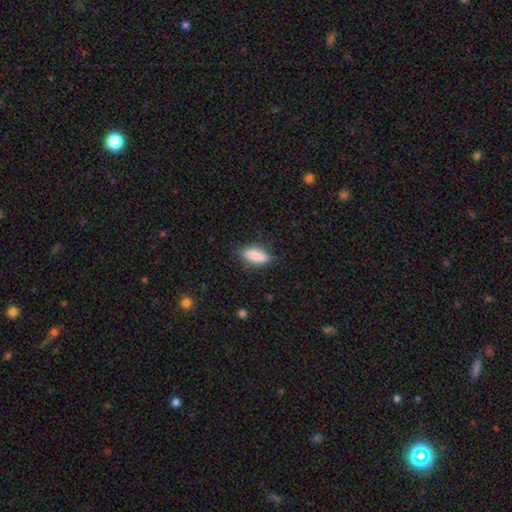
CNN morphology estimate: A smooth galaxy with no disk features (77%) that is in between round and cigar-shaped (67%). Merging: none (72%).